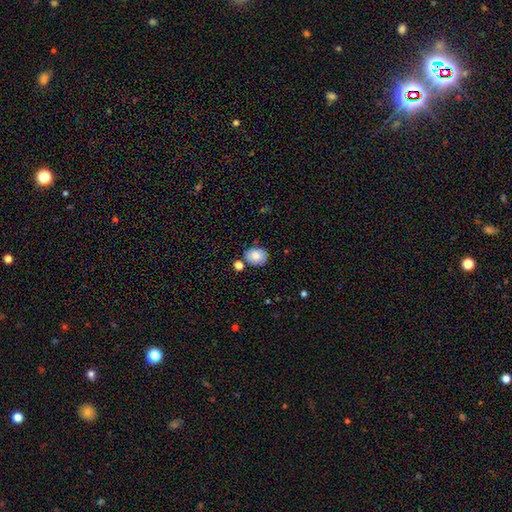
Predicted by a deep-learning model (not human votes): smooth-or-featured: smooth: 79% | featured or disk: 12% | star or artifact: 9%
  how-rounded: in between: 50% | round: 49% | cigar-shaped: 1%
  merging: none: 71% | minor disturbance: 16% | merger: 10% | major disturbance: 4%